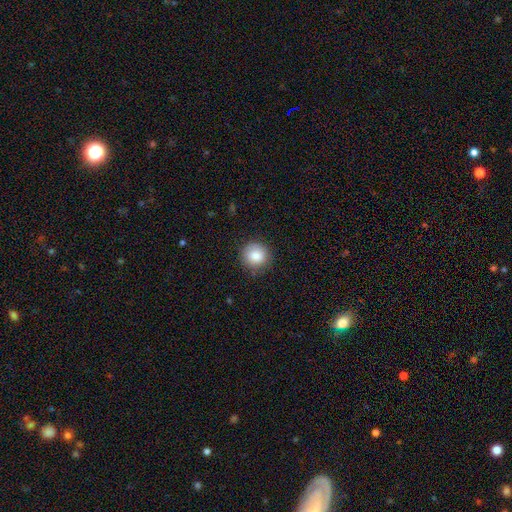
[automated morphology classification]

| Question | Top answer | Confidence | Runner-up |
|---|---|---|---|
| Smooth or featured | smooth | 85% | star or artifact (8%) |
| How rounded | round | 92% | in between (7%) |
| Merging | none | 86% | minor disturbance (10%) |